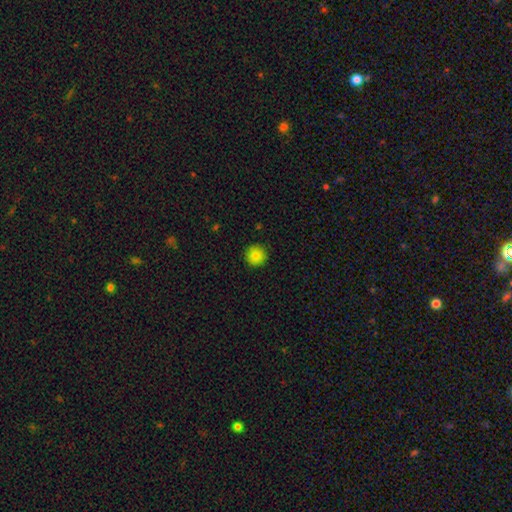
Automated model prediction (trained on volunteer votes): smooth-or-featured: smooth: 86% | star or artifact: 10% | featured or disk: 5%
  how-rounded: round: 95% | in between: 4% | cigar-shaped: 1%
  merging: none: 92% | minor disturbance: 5% | major disturbance: 2% | merger: 1%